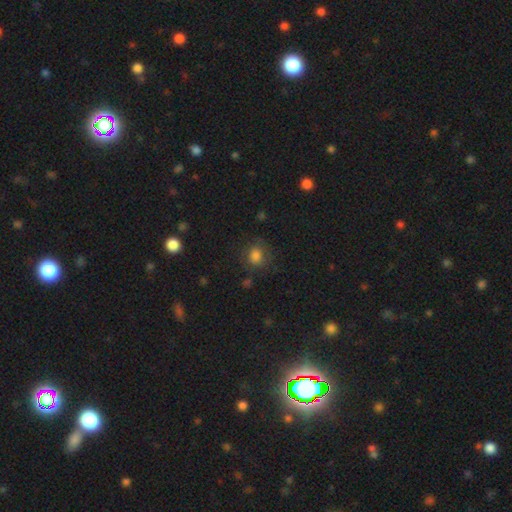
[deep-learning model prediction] A smooth galaxy with no disk features (75%) that is round (70%). Merging: none (68%).